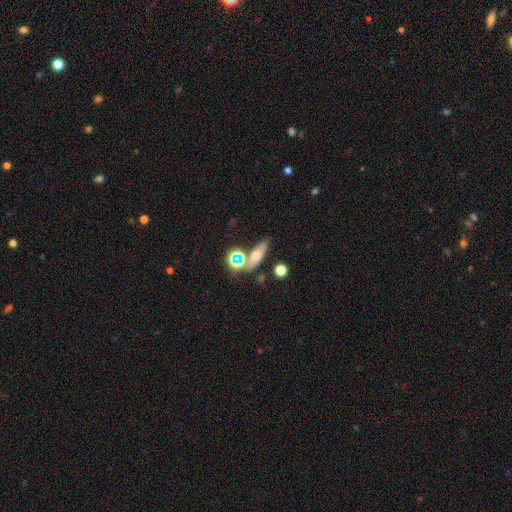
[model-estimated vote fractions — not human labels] Smooth or featured: smooth — 48% (featured or disk — 30%)
Merging: none — 62% (merger — 18%)